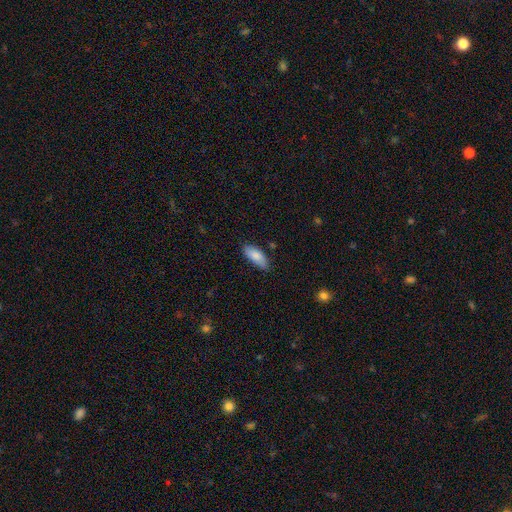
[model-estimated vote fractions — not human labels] smooth_or_featured: smooth (p=0.84) [alt: featured or disk p=0.09]
how_rounded: in between (p=0.80) [alt: cigar-shaped p=0.18]
merging: none (p=0.77) [alt: minor disturbance p=0.18]